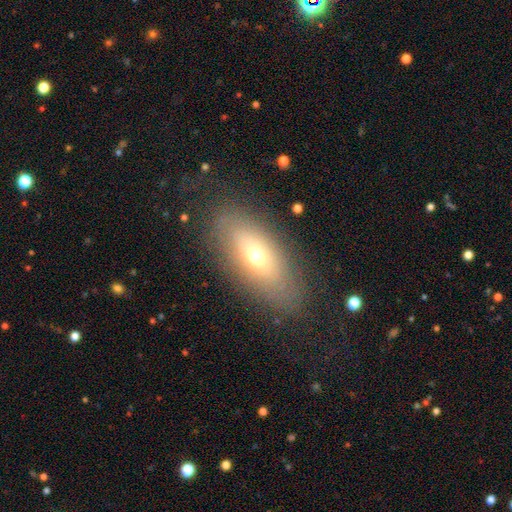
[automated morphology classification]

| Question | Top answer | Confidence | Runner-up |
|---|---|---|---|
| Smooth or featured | smooth | 56% | featured or disk (34%) |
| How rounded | in between | 80% | cigar-shaped (14%) |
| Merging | none | 77% | minor disturbance (15%) |